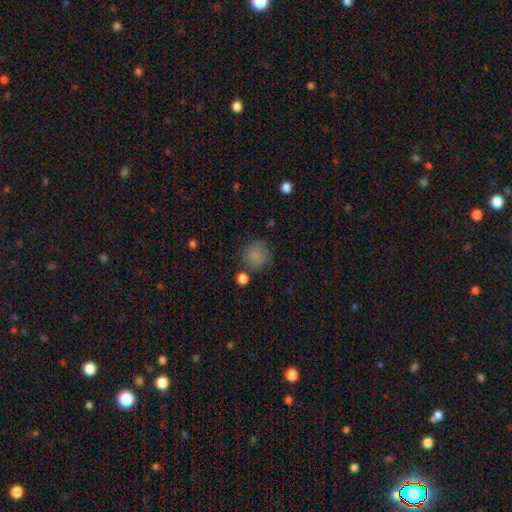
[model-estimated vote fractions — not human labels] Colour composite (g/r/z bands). It shows a smooth galaxy with no disk features (83%) that is round (89%). Merging: none (71%).